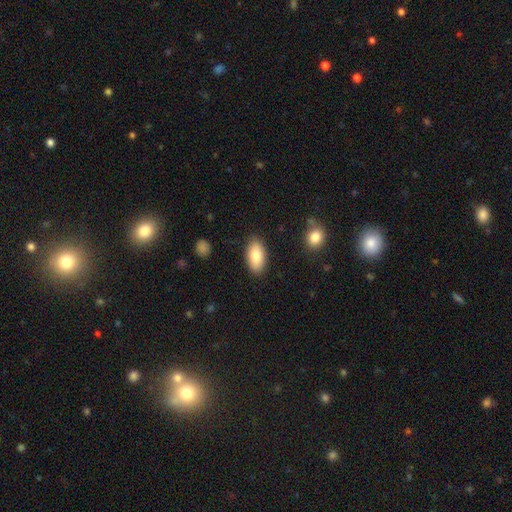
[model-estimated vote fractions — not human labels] This appears to be a smooth galaxy with no disk features (81%) that is in between round and cigar-shaped (93%). Merging: none (86%).